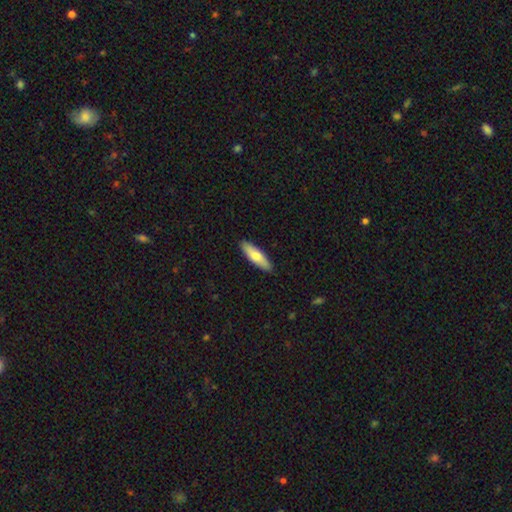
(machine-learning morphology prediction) smooth_or_featured: smooth (p=0.71) [alt: featured or disk p=0.24]
how_rounded: cigar-shaped (p=0.55) [alt: in between p=0.43]
merging: none (p=0.90) [alt: minor disturbance p=0.08]